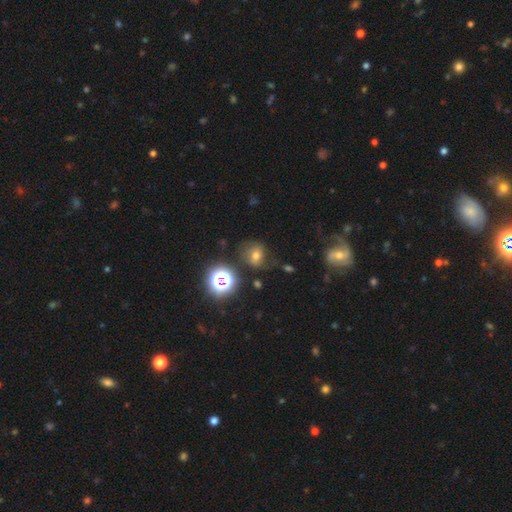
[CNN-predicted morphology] type=smooth (56%); roundness=round (71%); merging=none (61%).